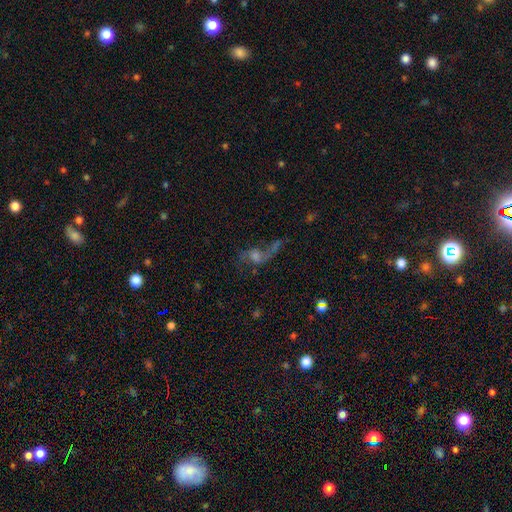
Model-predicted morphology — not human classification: The model was most divided on "merging": none: 36%, major disturbance: 33%, merger: 16%, minor disturbance: 15%. Remaining: edge-on disk — no (93%); spiral arms — yes (76%); bar — no (67%); smooth or featured — featured or disk (60%); bulge size — moderate (37%).